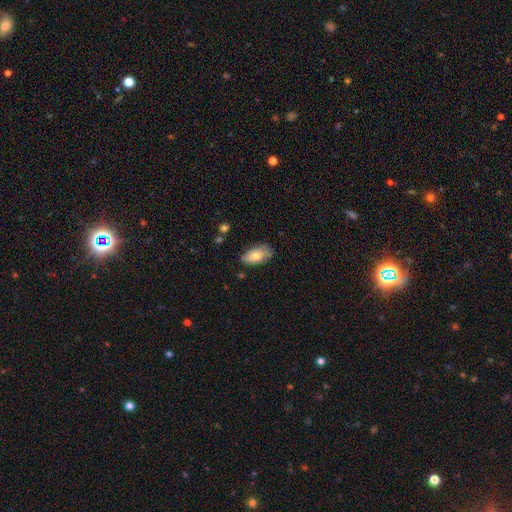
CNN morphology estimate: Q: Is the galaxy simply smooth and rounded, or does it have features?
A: smooth — 73%.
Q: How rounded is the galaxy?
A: in between — 93%.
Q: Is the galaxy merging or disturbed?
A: none — 72%.